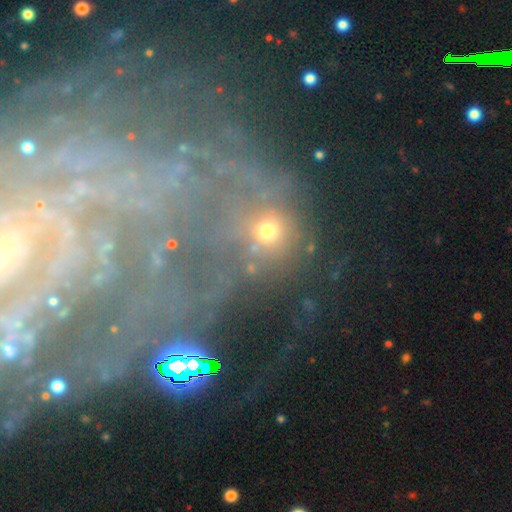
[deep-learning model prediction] The model was most divided on "smooth or featured": featured or disk: 42%, star or artifact: 35%, smooth: 22%. More confident: merging — none (60%).